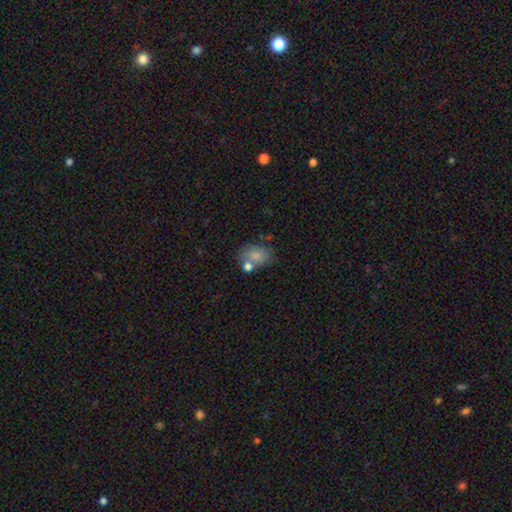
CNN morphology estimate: This is likely a smooth galaxy (78%). How rounded: likely in between (72%). Merging: possibly none (52%).